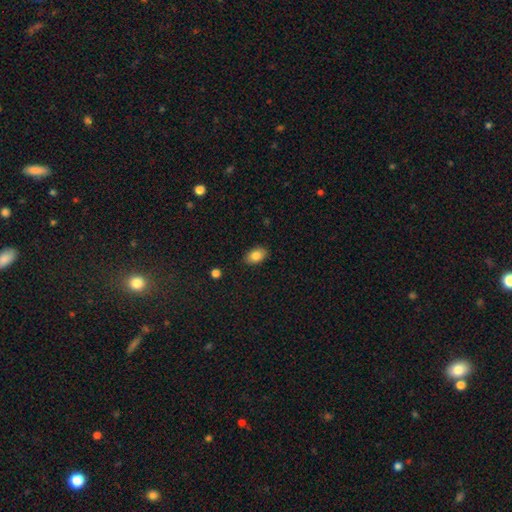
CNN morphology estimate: Q: Smooth or featured?
A: smooth (84%); runner-up: star or artifact (8%)
Q: How rounded?
A: in between (88%); runner-up: round (11%)
Q: Merging?
A: none (87%); runner-up: minor disturbance (10%)